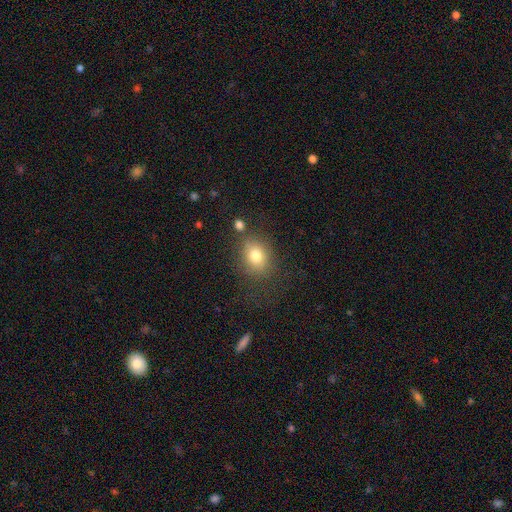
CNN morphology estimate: Overall: smooth (78%). How rounded: round (52%; in between 47%). Merging: none (73%).